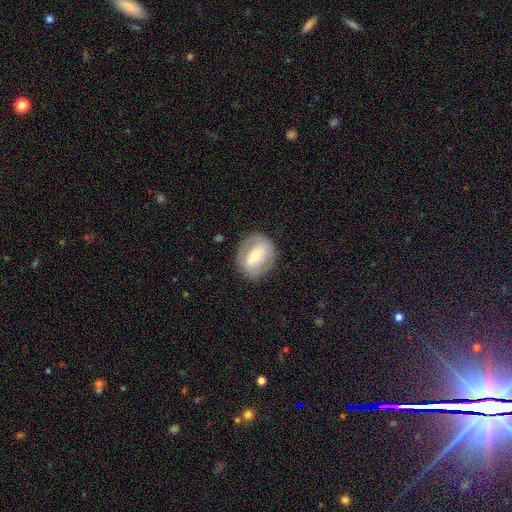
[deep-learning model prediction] featured or disk 47%, smooth 46%, star or artifact 7%. Down the decision tree: merging — none (80%).